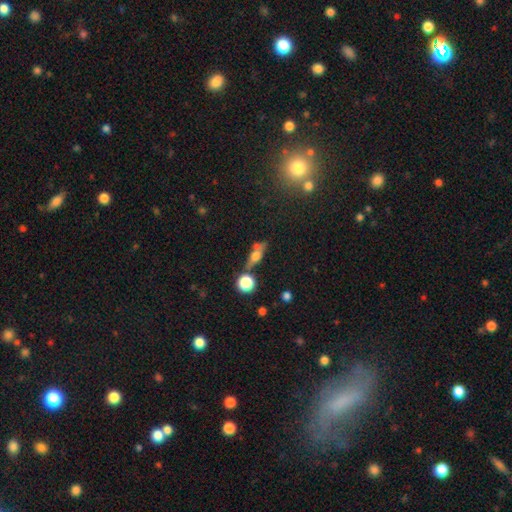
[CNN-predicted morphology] Q: Smooth or featured?
A: smooth (44%); runner-up: featured or disk (43%)
Q: Merging?
A: none (58%); runner-up: merger (19%)